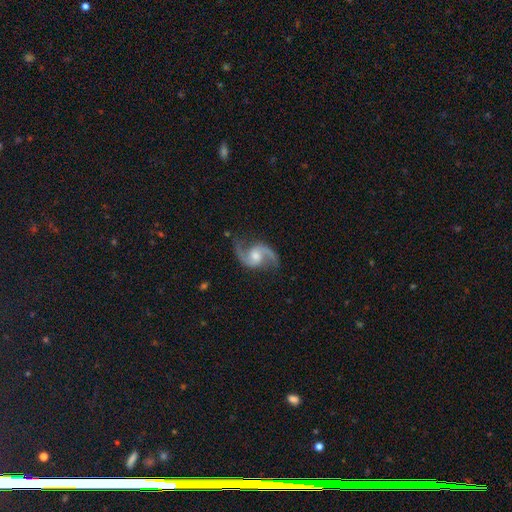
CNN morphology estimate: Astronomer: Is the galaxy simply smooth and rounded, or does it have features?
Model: featured or disk — 92%.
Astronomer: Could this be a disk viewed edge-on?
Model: no — 98%.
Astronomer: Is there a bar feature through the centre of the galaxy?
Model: no — 50% (runner-up: weak, 41%).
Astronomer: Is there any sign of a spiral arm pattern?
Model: yes — 98%.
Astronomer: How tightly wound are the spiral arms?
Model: loose — 51% (runner-up: medium, 43%).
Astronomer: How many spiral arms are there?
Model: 2 — 94%.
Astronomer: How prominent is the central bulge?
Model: moderate — 59%.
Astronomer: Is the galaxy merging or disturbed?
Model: none — 80%.